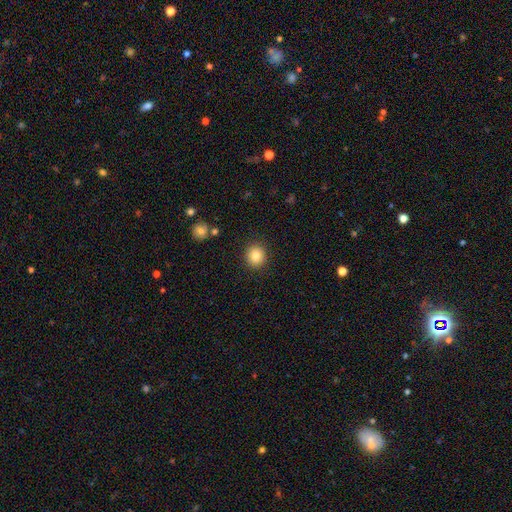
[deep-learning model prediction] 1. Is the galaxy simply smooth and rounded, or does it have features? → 84% smooth, 10% star or artifact, 7% featured or disk.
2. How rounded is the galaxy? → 86% round, 13% in between, 1% cigar-shaped.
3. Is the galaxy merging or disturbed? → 90% none, 6% minor disturbance, 2% major disturbance, 1% merger.